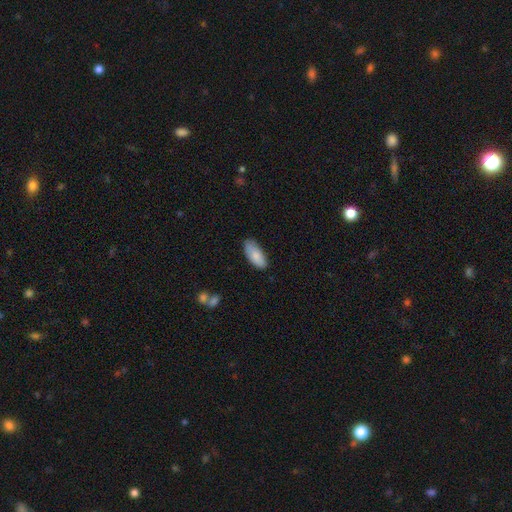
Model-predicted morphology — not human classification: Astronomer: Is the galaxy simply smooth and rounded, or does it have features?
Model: smooth — 83%.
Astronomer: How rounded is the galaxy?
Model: in between — 86%.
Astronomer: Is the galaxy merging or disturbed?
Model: none — 80%.